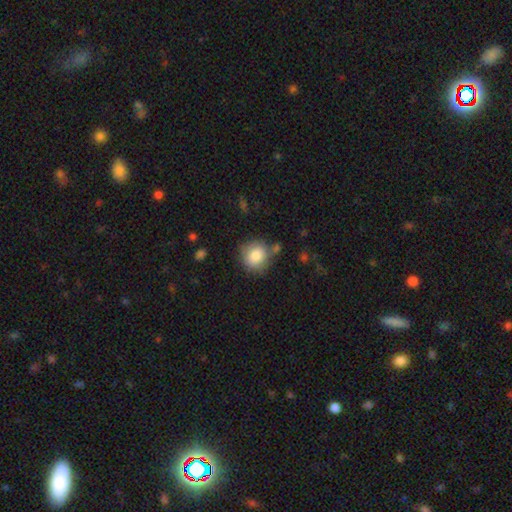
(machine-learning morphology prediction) smooth 84%, star or artifact 8%, featured or disk 8%. Down the decision tree: how rounded — round (86%); merging — none (73%).